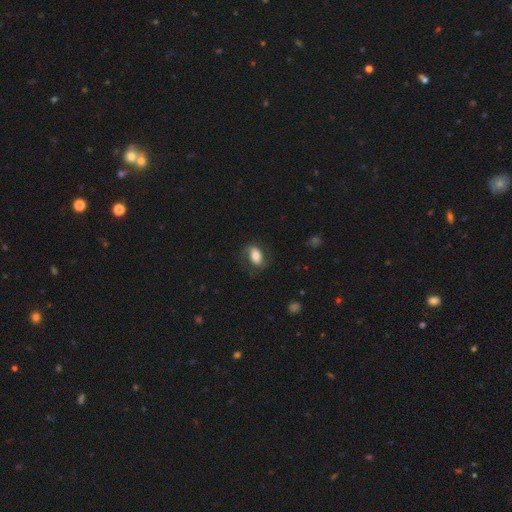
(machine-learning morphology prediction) smooth 57%, featured or disk 35%, star or artifact 8%. Down the decision tree: how rounded — in between (86%); merging — none (63%).